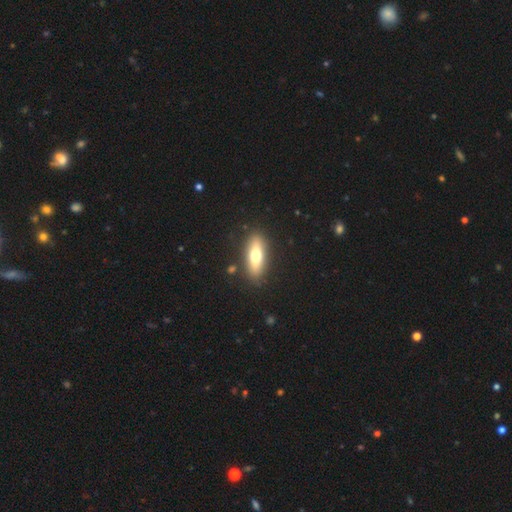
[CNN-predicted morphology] This is likely a smooth galaxy (67%). How rounded: likely in between (62%). Merging: clearly none (86%).